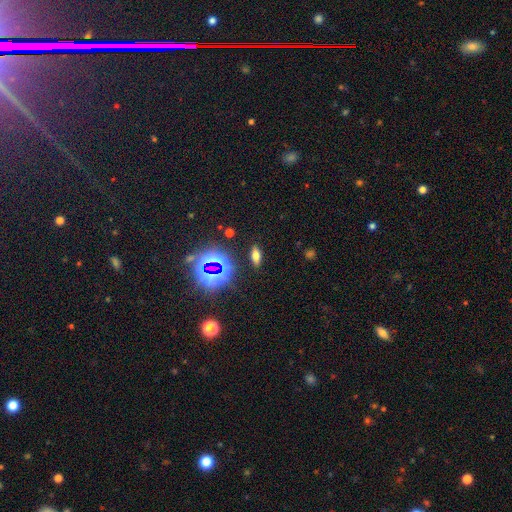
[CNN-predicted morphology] smooth 55%, star or artifact 29%, featured or disk 16%. Down the decision tree: how rounded — in between (70%); merging — none (88%).